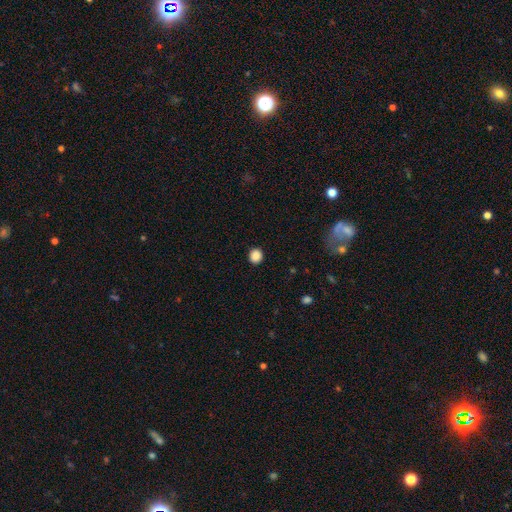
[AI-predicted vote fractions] Smooth or featured? Predicted: smooth (p=0.88). How rounded? Predicted: round (p=0.83). Merging? Predicted: none (p=0.91).